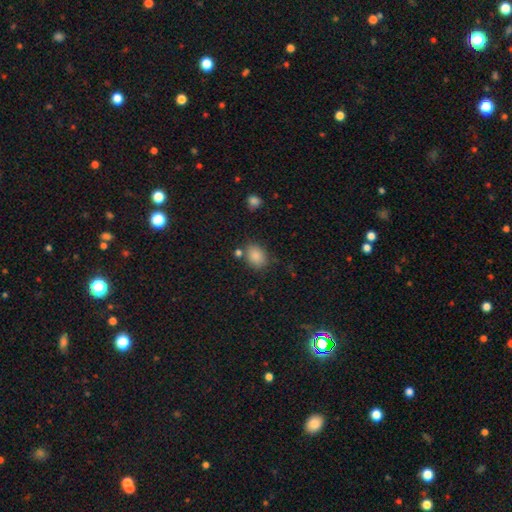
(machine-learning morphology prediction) smooth 86%, star or artifact 9%, featured or disk 5%. Down the decision tree: how rounded — in between (67%); merging — none (73%).